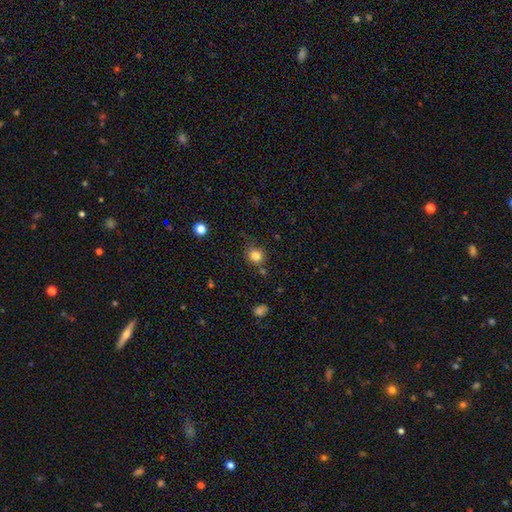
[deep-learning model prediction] A smooth galaxy with no disk features (82%) that is round (84%).

Vote fractions:
- Smooth or featured? smooth: 82% / star or artifact: 12% / featured or disk: 6%
- How rounded? round: 84% / in between: 15% / cigar-shaped: 1%
- Merging? none: 76% / minor disturbance: 15% / merger: 5% / major disturbance: 4%